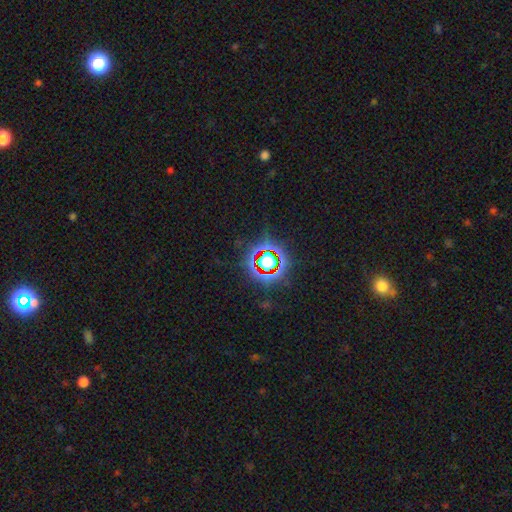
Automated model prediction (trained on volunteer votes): The model was most divided on "smooth or featured": star or artifact: 77%, smooth: 14%, featured or disk: 9%.